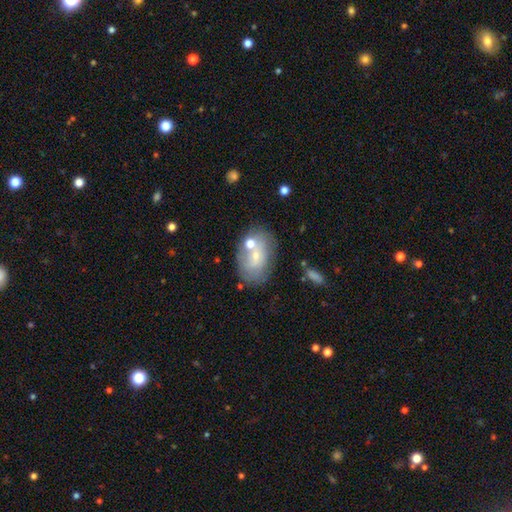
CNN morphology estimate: smooth_or_featured: smooth (p=0.50) [alt: featured or disk p=0.40]
how_rounded: in between (p=0.82) [alt: round p=0.16]
merging: none (p=0.52) [alt: minor disturbance p=0.20]